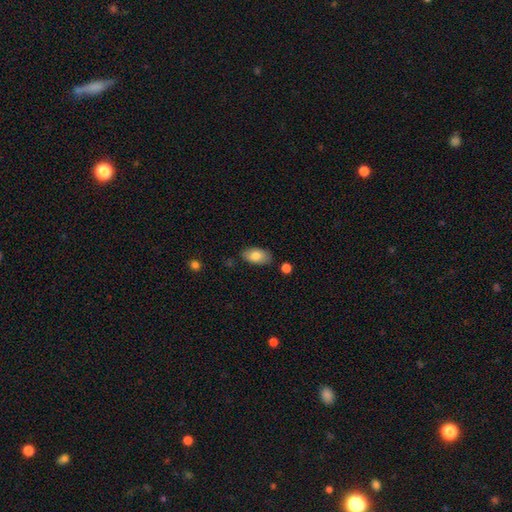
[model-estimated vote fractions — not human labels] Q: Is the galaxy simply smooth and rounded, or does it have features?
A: smooth — 82%.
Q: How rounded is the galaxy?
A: in between — 94%.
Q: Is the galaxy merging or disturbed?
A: none — 80%.